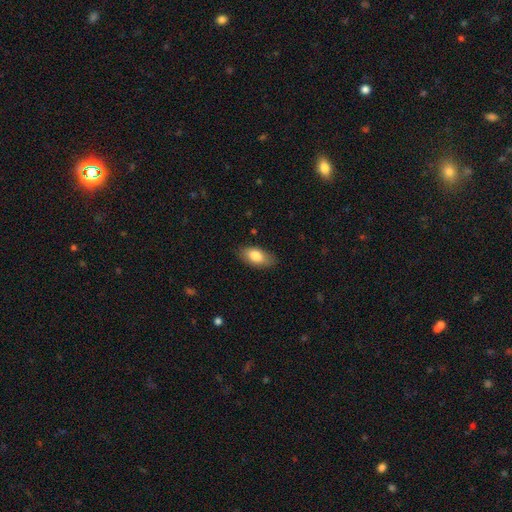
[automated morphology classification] The model was most divided on "smooth or featured": smooth: 82%, featured or disk: 12%, star or artifact: 6%. More confident: how rounded — in between (92%); merging — none (84%).